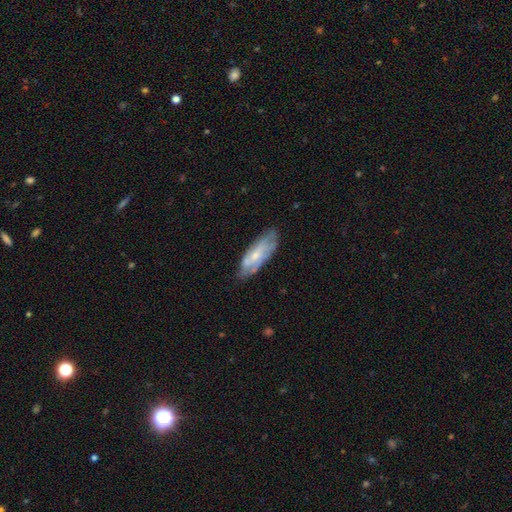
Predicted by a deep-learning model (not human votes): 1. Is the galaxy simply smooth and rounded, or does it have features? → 57% featured or disk, 37% smooth, 7% star or artifact.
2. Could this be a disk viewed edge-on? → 79% no, 21% yes.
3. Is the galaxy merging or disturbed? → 68% none, 23% minor disturbance, 6% major disturbance, 3% merger.